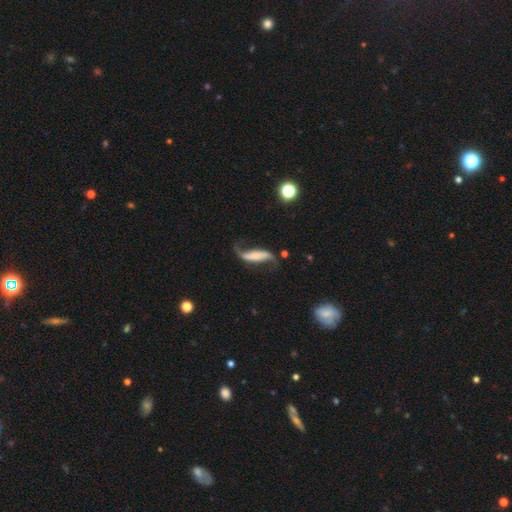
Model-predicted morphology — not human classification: Smooth or featured? featured or disk (80%)
Edge-on disk? no (87%)
Bar? strong (46%)
Spiral arms? yes (94%)
Spiral winding? loose (90%)
Spiral arm count? 2 (89%)
Bulge size? small (41%)
Merging? none (61%)